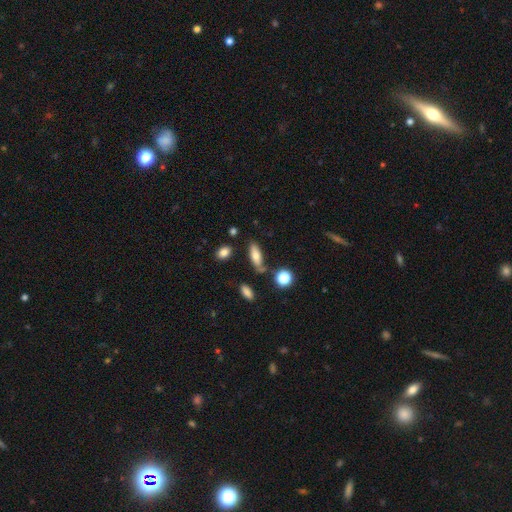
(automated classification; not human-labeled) Smooth or featured? Predicted: smooth (p=0.72). How rounded? Predicted: in between (p=0.63). Merging? Predicted: none (p=0.70).